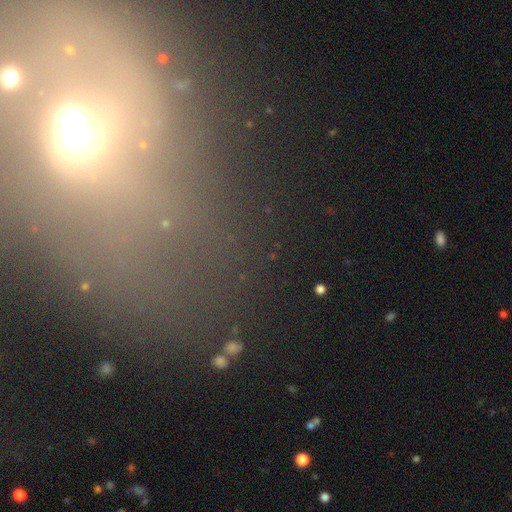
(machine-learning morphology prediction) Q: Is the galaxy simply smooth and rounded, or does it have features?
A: star or artifact — 56%.